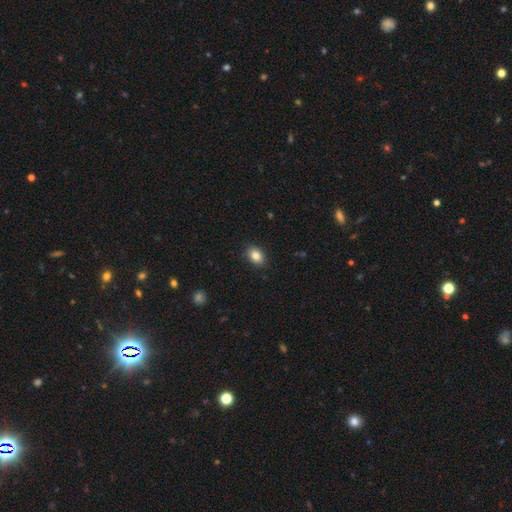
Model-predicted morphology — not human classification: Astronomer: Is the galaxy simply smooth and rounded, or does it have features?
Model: smooth — 84%.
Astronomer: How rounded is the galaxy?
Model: in between — 77%.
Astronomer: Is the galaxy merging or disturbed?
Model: none — 88%.